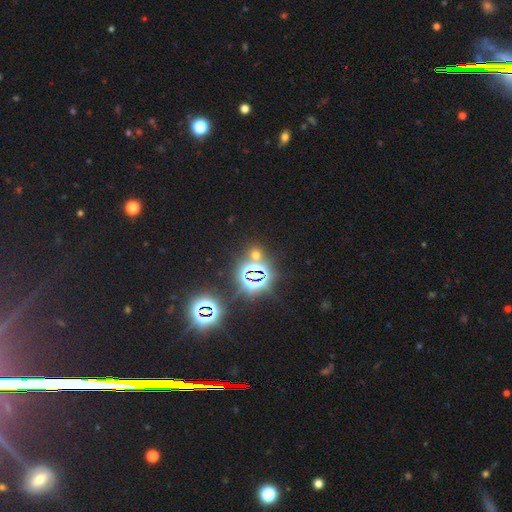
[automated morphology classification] smooth-or-featured: star or artifact: 65% | smooth: 27% | featured or disk: 7%